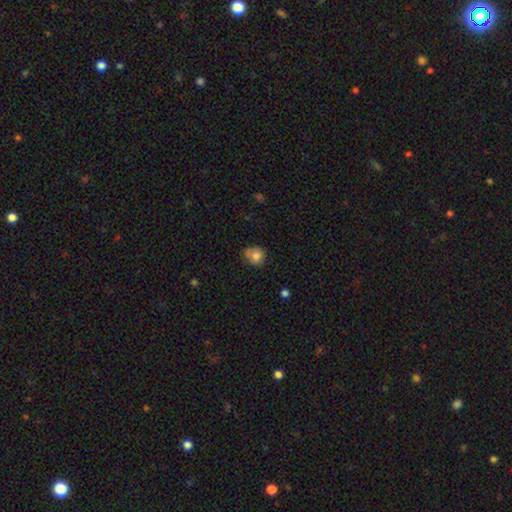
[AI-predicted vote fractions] smooth_or_featured: smooth (p=0.78) [alt: featured or disk p=0.12]
how_rounded: round (p=0.74) [alt: in between p=0.26]
merging: none (p=0.54) [alt: minor disturbance p=0.29]